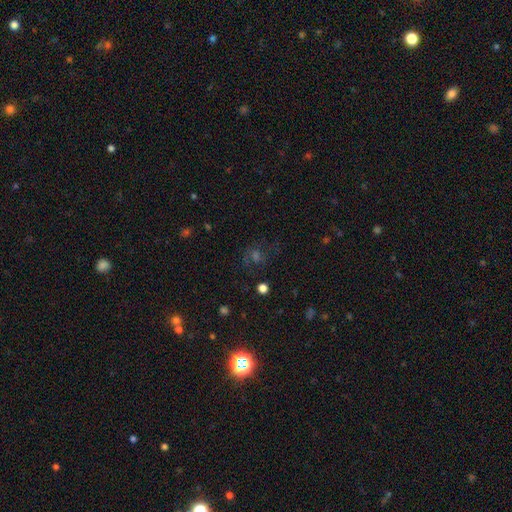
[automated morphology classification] type=star or artifact (47%).